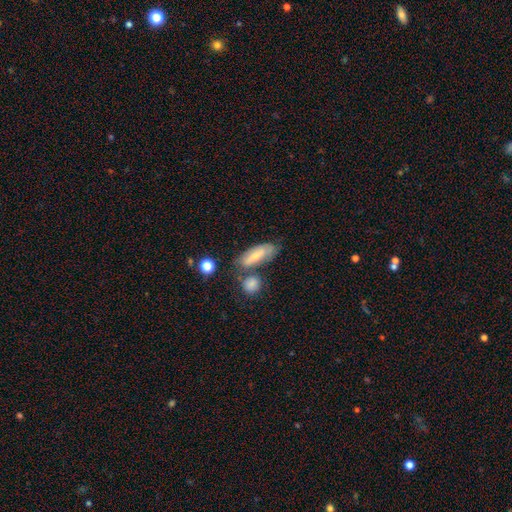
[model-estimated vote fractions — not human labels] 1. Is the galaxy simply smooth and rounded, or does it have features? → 60% smooth, 33% featured or disk, 7% star or artifact.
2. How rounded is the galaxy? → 69% in between, 27% cigar-shaped, 4% round.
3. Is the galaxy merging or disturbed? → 55% none, 19% merger, 19% minor disturbance, 7% major disturbance.